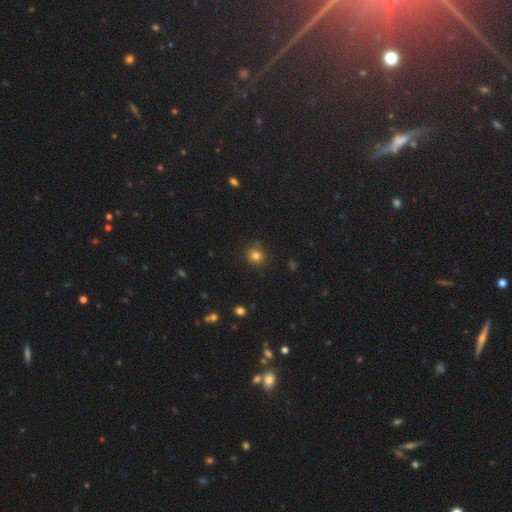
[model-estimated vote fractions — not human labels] Smooth or featured? Predicted: smooth (p=0.80). How rounded? Predicted: round (p=0.86). Merging? Predicted: none (p=0.82).